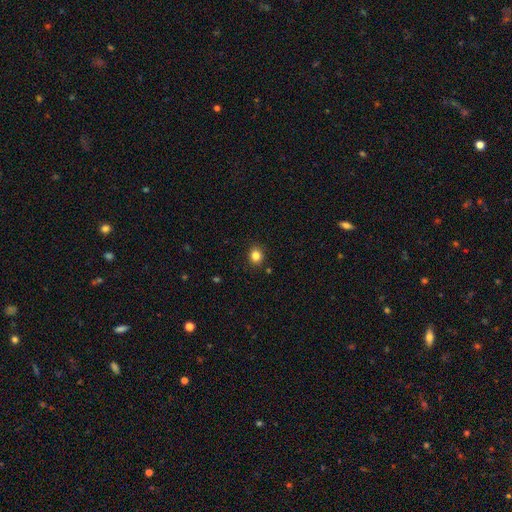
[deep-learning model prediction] Smooth or featured? smooth (82%)
How rounded? round (77%)
Merging? none (89%)